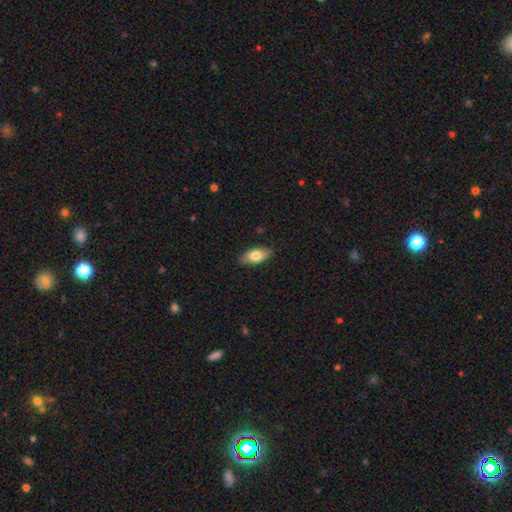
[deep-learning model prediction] This is likely a smooth galaxy (77%). How rounded: clearly in between (89%). Merging: clearly none (86%).